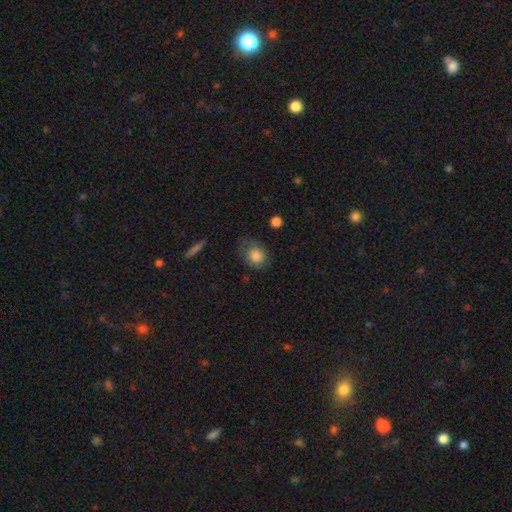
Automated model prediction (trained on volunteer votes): Q: Smooth or featured?
A: smooth (81%); runner-up: featured or disk (10%)
Q: How rounded?
A: round (55%); runner-up: in between (44%)
Q: Merging?
A: none (53%); runner-up: minor disturbance (28%)